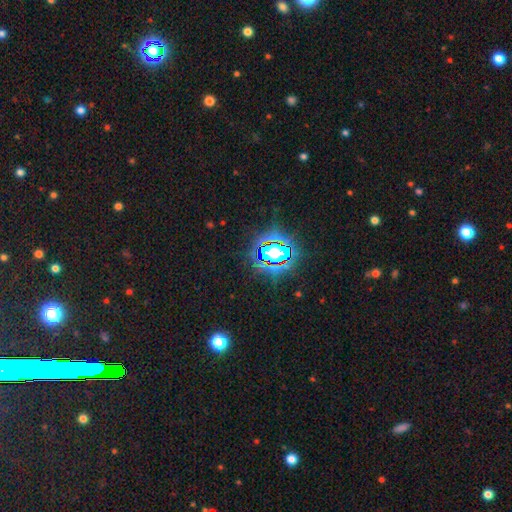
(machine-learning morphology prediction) The model was most divided on "smooth or featured": star or artifact: 82%, smooth: 11%, featured or disk: 7%.